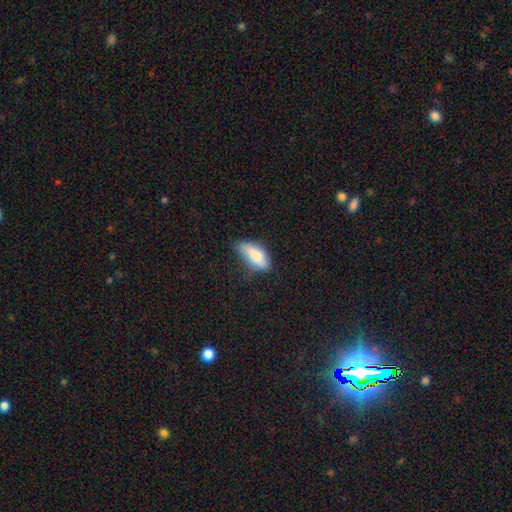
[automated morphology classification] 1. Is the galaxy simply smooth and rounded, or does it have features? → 79% smooth, 14% featured or disk, 7% star or artifact.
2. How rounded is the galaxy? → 80% in between, 17% cigar-shaped, 3% round.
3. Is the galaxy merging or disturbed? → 48% none, 38% minor disturbance, 12% major disturbance, 3% merger.